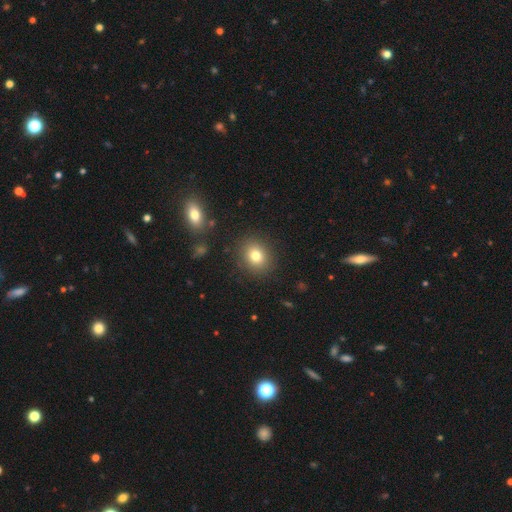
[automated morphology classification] Smooth or featured?
  - smooth: 79% *
  - star or artifact: 12%
  - featured or disk: 9%
How rounded?
  - round: 68% *
  - in between: 31%
  - cigar-shaped: 1%
Merging?
  - none: 88% *
  - minor disturbance: 8%
  - major disturbance: 3%
  - merger: 2%